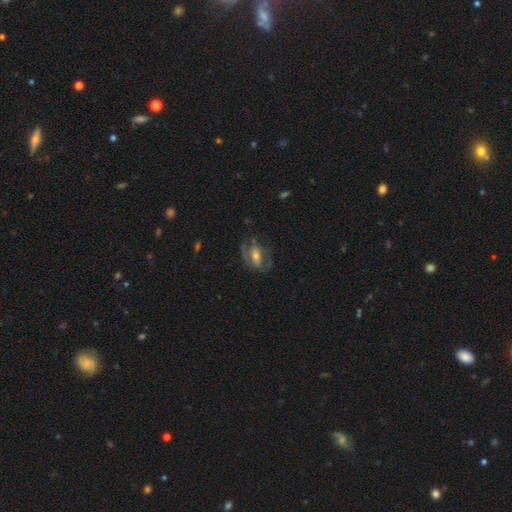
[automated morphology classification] Q: Smooth or featured?
A: featured or disk (66%); runner-up: smooth (27%)
Q: Edge-on disk?
A: no (93%); runner-up: yes (7%)
Q: Bar?
A: weak (34%); tied with: no (34%)
Q: Spiral arms?
A: yes (67%); runner-up: no (33%)
Q: Bulge size?
A: moderate (52%); runner-up: small (39%)
Q: Merging?
A: none (58%); runner-up: minor disturbance (21%)